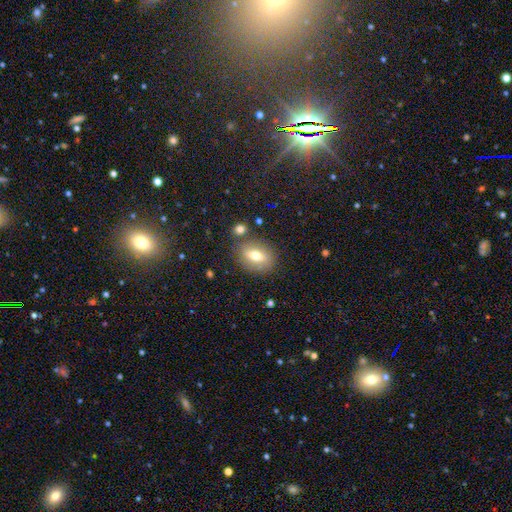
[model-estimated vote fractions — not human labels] Smooth or featured: smooth — 68% (featured or disk — 23%)
How rounded: in between — 72% (round — 24%)
Merging: none — 78% (minor disturbance — 12%)